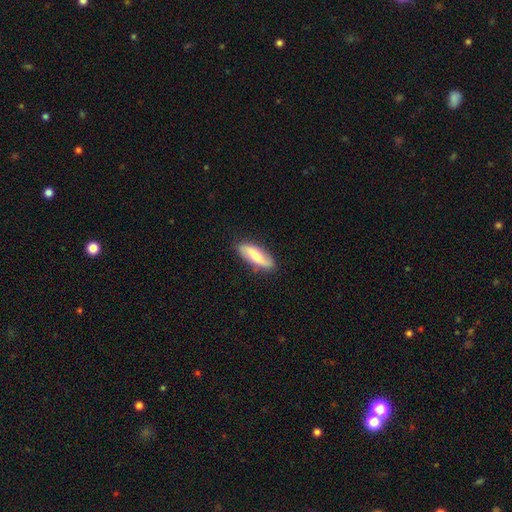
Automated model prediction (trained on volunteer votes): smooth_or_featured: smooth (p=0.52) [alt: featured or disk p=0.43]
how_rounded: in between (p=0.53) [alt: cigar-shaped p=0.45]
merging: none (p=0.84) [alt: minor disturbance p=0.12]